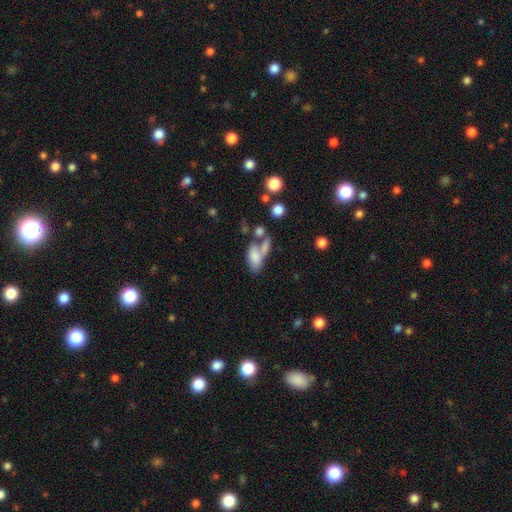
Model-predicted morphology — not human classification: A smooth galaxy with no disk features (73%) that is in between round and cigar-shaped (88%). Merging: merger (47%).